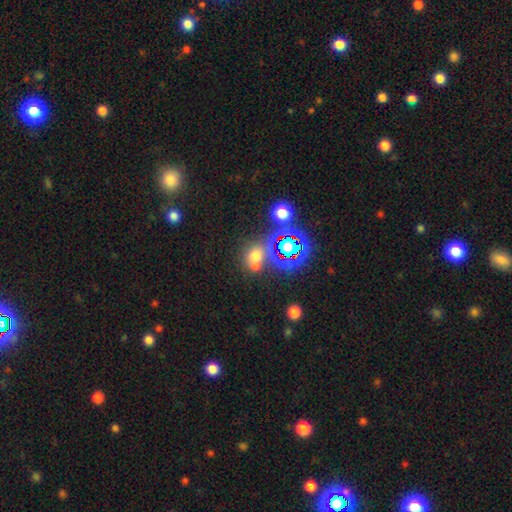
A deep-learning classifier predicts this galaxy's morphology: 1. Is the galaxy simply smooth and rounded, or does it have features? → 55% smooth, 33% star or artifact, 12% featured or disk.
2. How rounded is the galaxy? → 65% round, 33% in between, 2% cigar-shaped.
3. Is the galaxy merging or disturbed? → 48% none, 35% merger, 11% minor disturbance, 7% major disturbance.